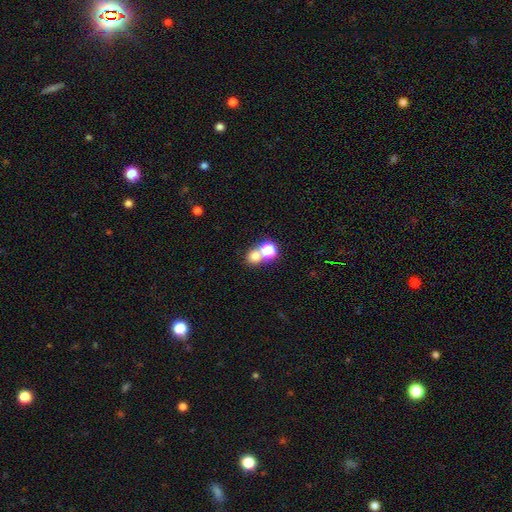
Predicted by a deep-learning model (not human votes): The model was most divided on "merging": none: 47%, merger: 42%, minor disturbance: 6%, major disturbance: 4%. More confident: how rounded — round (77%); smooth or featured — smooth (69%).